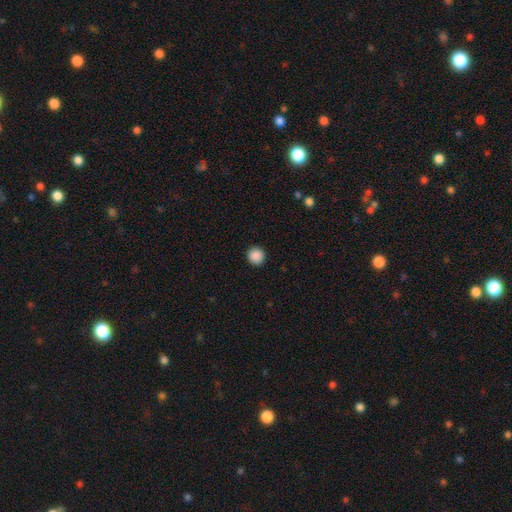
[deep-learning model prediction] smooth_or_featured: smooth (p=0.89) [alt: star or artifact p=0.09]
how_rounded: round (p=0.94) [alt: in between p=0.06]
merging: none (p=0.92) [alt: minor disturbance p=0.05]